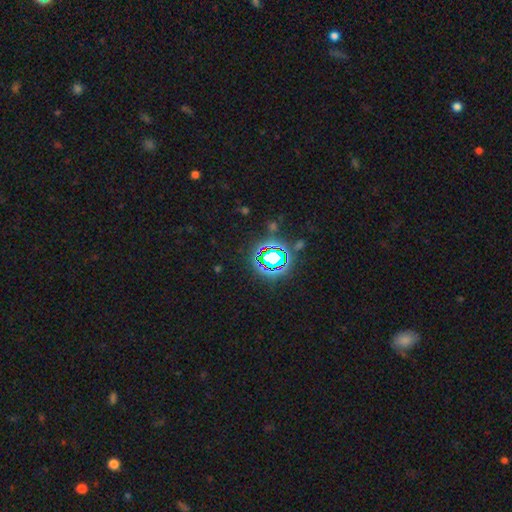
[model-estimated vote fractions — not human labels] Smooth or featured: star or artifact — 79% (smooth — 13%)